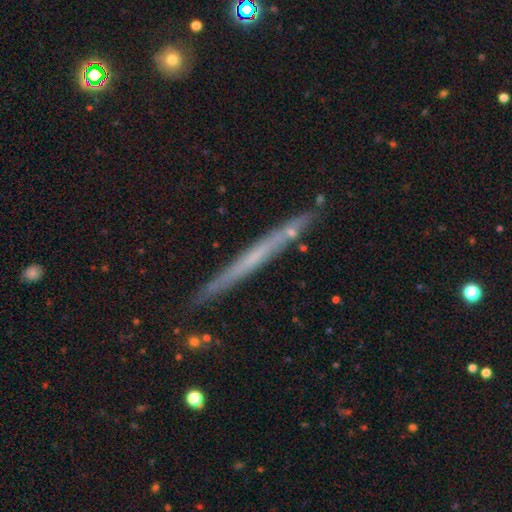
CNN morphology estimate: Overall: featured or disk (56%; smooth 34%). Edge-on disk: yes (96%). Edge-on bulge: none (88%). Merging: none (87%).